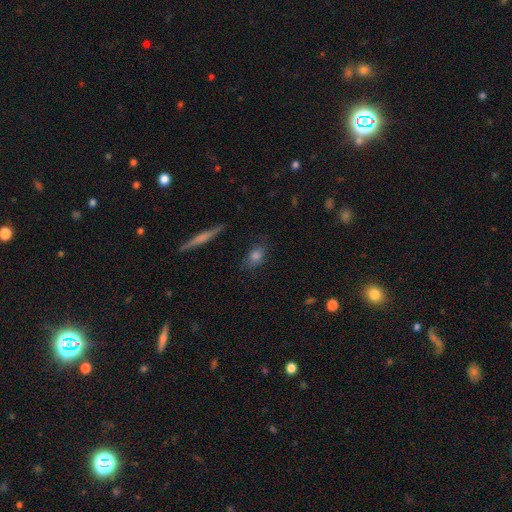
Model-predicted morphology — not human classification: smooth-or-featured: smooth: 75% | featured or disk: 15% | star or artifact: 10%
  how-rounded: in between: 70% | round: 20% | cigar-shaped: 9%
  merging: none: 77% | minor disturbance: 17% | major disturbance: 4% | merger: 2%